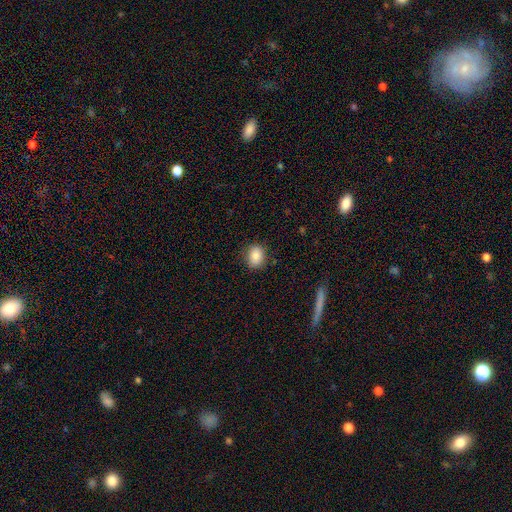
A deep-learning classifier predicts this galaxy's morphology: Q: Smooth or featured?
A: smooth (86%); runner-up: star or artifact (8%)
Q: How rounded?
A: in between (52%); runner-up: round (47%)
Q: Merging?
A: none (84%); runner-up: minor disturbance (11%)